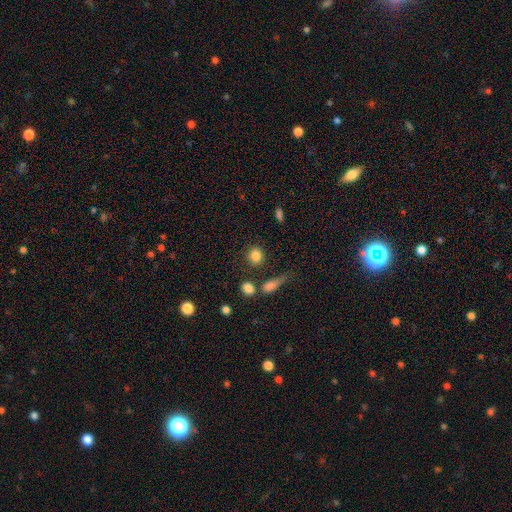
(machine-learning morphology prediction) This appears to be a smooth galaxy with no disk features (83%) that is round (71%). Merging: none (76%).